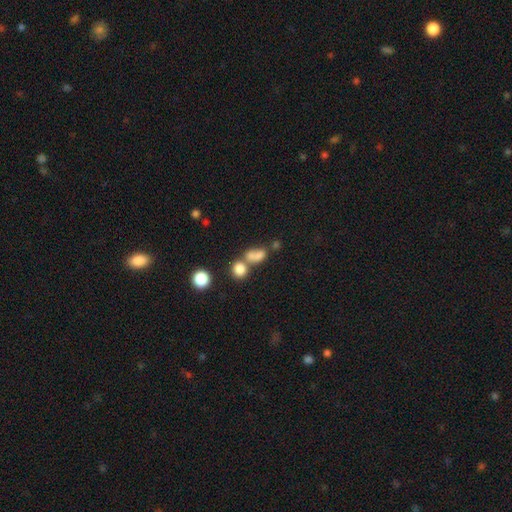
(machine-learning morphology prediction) type=smooth (74%); roundness=in between (57%); merging=merger (57%).